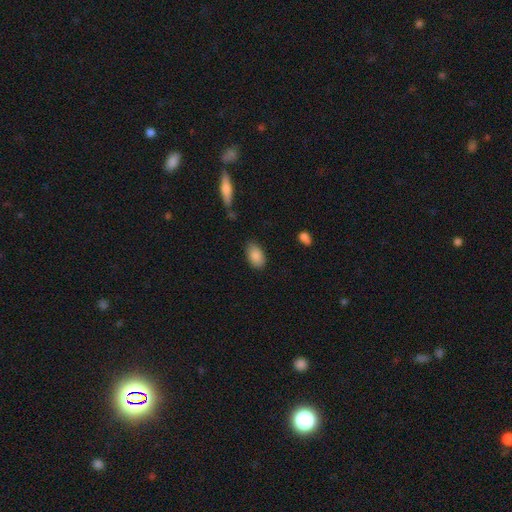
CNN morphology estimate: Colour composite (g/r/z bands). It shows a smooth galaxy with no disk features (88%) that is in between round and cigar-shaped (92%). Merging: none (79%).